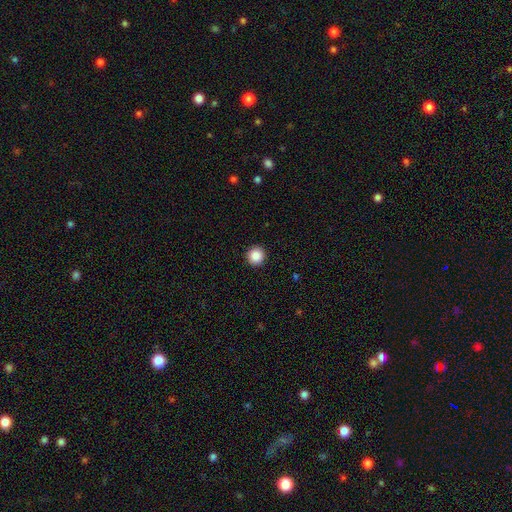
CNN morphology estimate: The model was most divided on "smooth or featured": smooth: 87%, star or artifact: 10%, featured or disk: 3%. More confident: how rounded — round (96%); merging — none (93%).